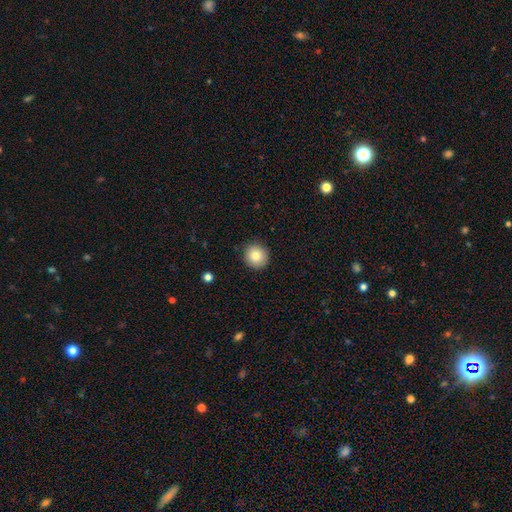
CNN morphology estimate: This appears to be a smooth galaxy with no disk features (82%) that is round (93%). Merging: none (90%).